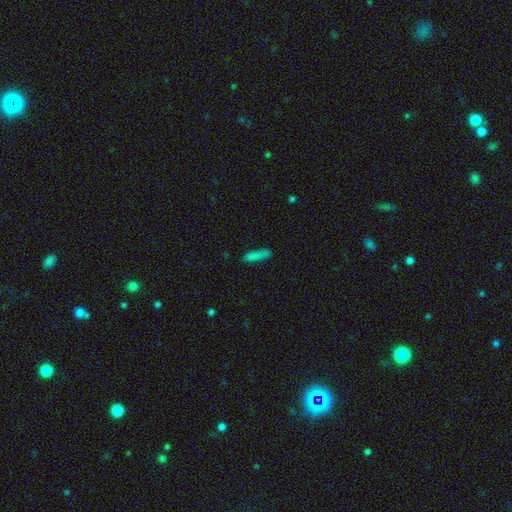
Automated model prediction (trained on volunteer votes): A smooth galaxy with no disk features (82%) that is cigar-shaped (70%). Merging: none (74%).